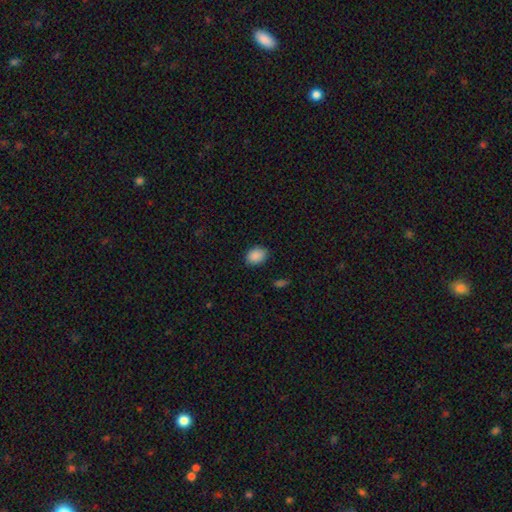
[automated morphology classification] smooth 89%, star or artifact 8%, featured or disk 3%. Down the decision tree: how rounded — in between (71%); merging — none (85%).